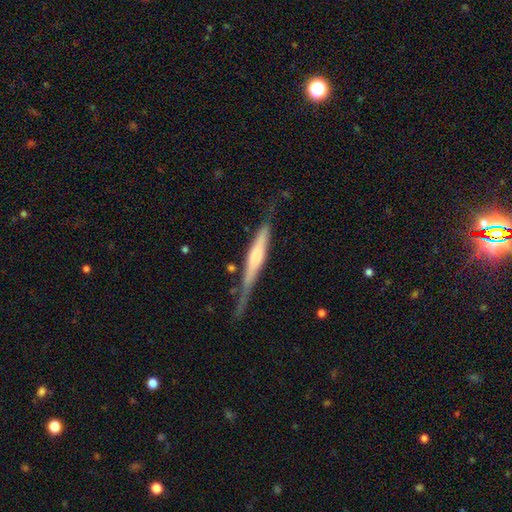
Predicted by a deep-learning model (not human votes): Smooth or featured? Predicted: featured or disk (p=0.60). Edge-on disk? Predicted: yes (p=0.94). Edge-on bulge? Predicted: boxy (p=0.36). Merging? Predicted: none (p=0.57).